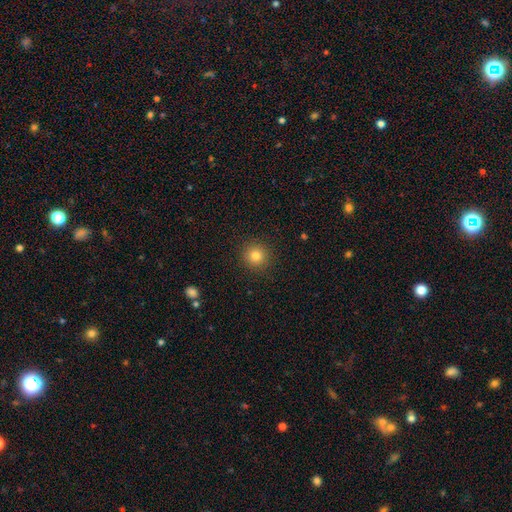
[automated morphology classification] smooth-or-featured: smooth: 81% | star or artifact: 12% | featured or disk: 7%
  how-rounded: round: 93% | in between: 6% | cigar-shaped: 1%
  merging: none: 91% | minor disturbance: 6% | major disturbance: 2% | merger: 1%